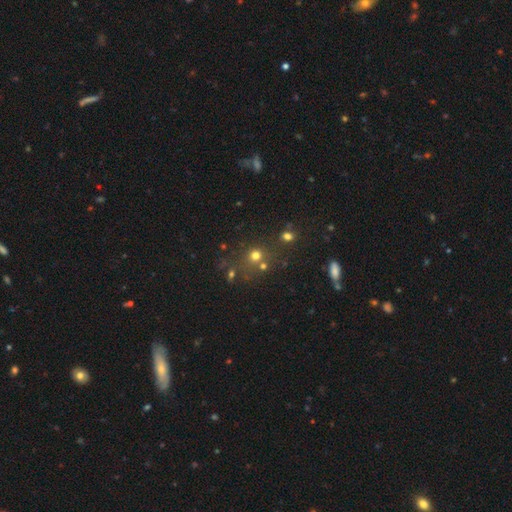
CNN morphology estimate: This appears to be a smooth galaxy with no disk features (65%) that is round (85%). Merging: none (61%).